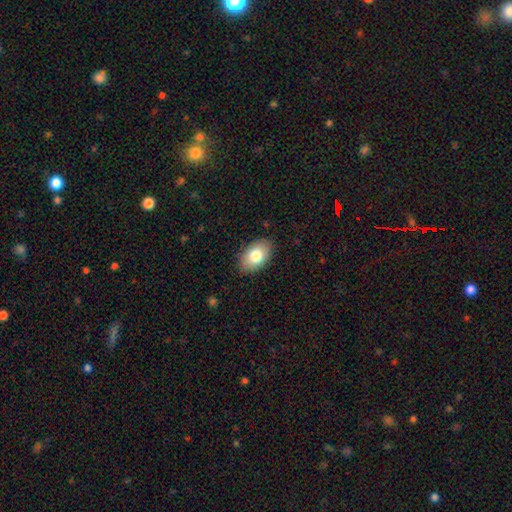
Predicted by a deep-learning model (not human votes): smooth_or_featured: smooth (p=0.80) [alt: featured or disk p=0.13]
how_rounded: in between (p=0.91) [alt: round p=0.08]
merging: none (p=0.86) [alt: minor disturbance p=0.10]